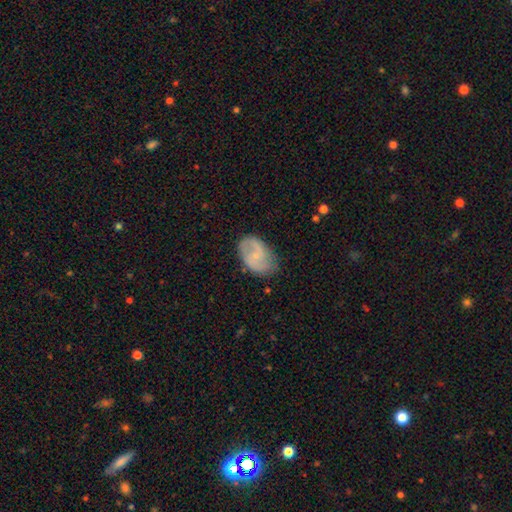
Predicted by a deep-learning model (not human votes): A featured or disk galaxy (59%) with no bar (58%), spiral arms (81%) and a small central bulge (72%). Merging: none (69%).